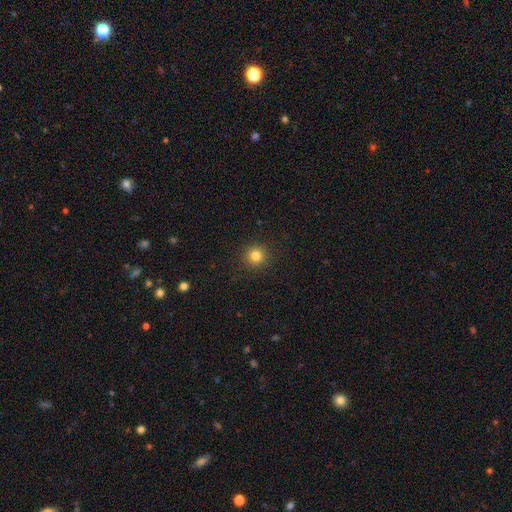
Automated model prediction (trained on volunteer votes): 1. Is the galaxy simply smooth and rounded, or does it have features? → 82% smooth, 13% star or artifact, 5% featured or disk.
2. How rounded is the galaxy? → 94% round, 5% in between, 1% cigar-shaped.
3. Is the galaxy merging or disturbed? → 91% none, 6% minor disturbance, 2% major disturbance, 1% merger.